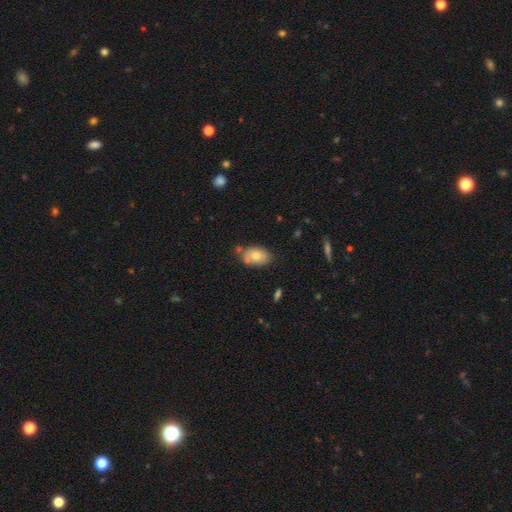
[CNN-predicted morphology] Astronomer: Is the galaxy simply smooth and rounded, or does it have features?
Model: smooth — 73%.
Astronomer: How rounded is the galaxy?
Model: in between — 87%.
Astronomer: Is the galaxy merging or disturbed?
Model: none — 68%.